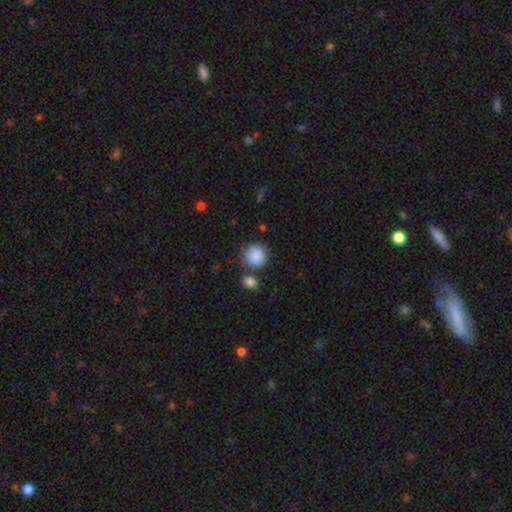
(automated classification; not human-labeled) smooth_or_featured: smooth (p=0.87) [alt: star or artifact p=0.07]
how_rounded: round (p=0.91) [alt: in between p=0.08]
merging: none (p=0.68) [alt: minor disturbance p=0.14]